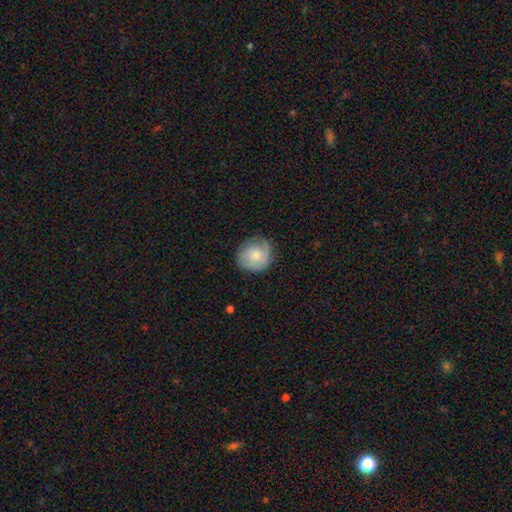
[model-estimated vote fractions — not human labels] A smooth galaxy with no disk features (61%) that is round (83%).

Vote fractions:
- Smooth or featured? smooth: 61% / featured or disk: 33% / star or artifact: 7%
- How rounded? round: 83% / in between: 16% / cigar-shaped: 1%
- Merging? none: 74% / minor disturbance: 19% / major disturbance: 6% / merger: 1%